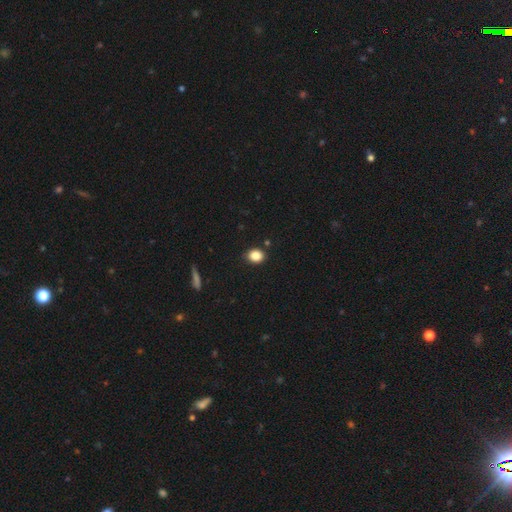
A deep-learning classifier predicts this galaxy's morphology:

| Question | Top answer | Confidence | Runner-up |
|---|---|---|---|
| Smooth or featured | smooth | 85% | star or artifact (10%) |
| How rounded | round | 58% | in between (41%) |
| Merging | none | 87% | minor disturbance (9%) |